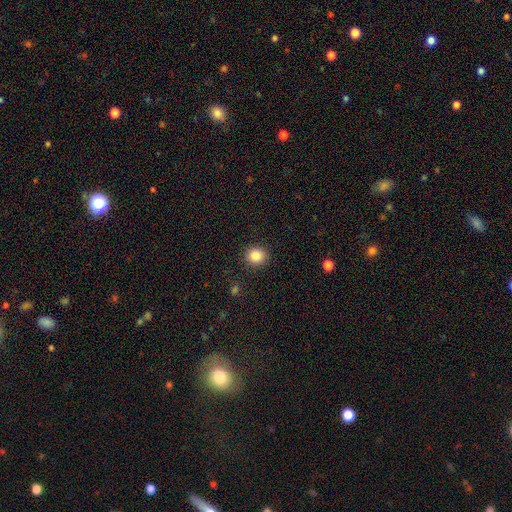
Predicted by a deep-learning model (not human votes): The model was most divided on "how rounded": round: 79%, in between: 20%, cigar-shaped: 1%. More confident: merging — none (90%); smooth or featured — smooth (85%).